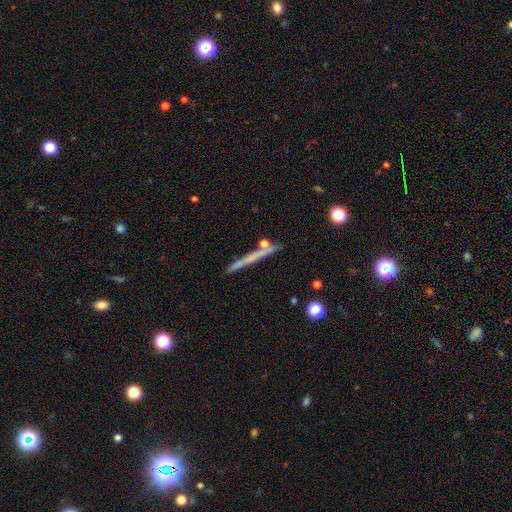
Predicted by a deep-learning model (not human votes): Morphology: type=smooth (47%); merging=none (81%).